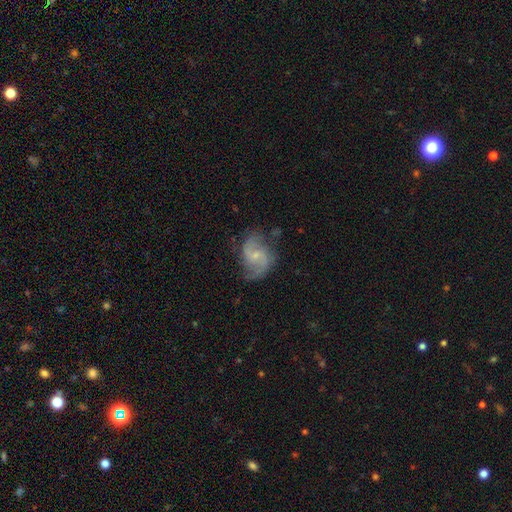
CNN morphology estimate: Smooth or featured? featured or disk (83%)
Edge-on disk? no (98%)
Bar? no (47%)
Spiral arms? yes (95%)
Spiral winding? medium (46%)
Spiral arm count? 2 (89%)
Bulge size? small (64%)
Merging? none (69%)